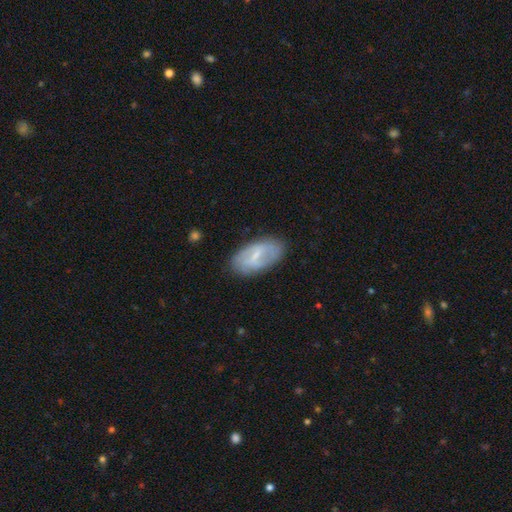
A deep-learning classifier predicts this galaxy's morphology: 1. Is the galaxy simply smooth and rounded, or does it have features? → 60% featured or disk, 34% smooth, 7% star or artifact.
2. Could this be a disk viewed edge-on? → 93% no, 7% yes.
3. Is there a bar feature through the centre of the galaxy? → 52% weak, 33% strong, 15% no.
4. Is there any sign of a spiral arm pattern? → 63% yes, 37% no.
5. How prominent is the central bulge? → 60% small, 25% moderate, 13% none, 2% large, 1% dominant.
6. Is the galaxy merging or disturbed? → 79% none, 16% minor disturbance, 4% major disturbance, 1% merger.